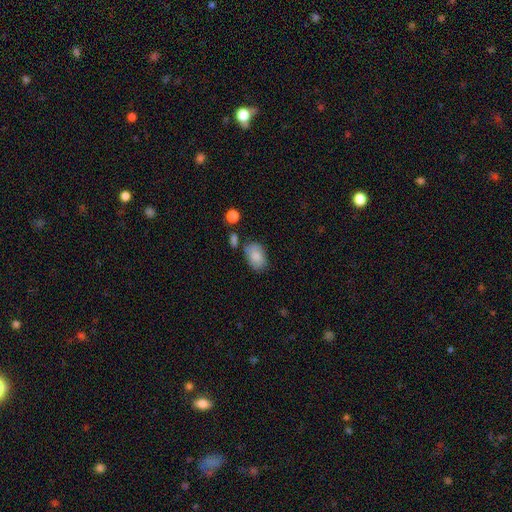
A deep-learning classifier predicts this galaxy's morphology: This is clearly a smooth galaxy (84%). How rounded: clearly in between (86%). Merging: likely none (66%).